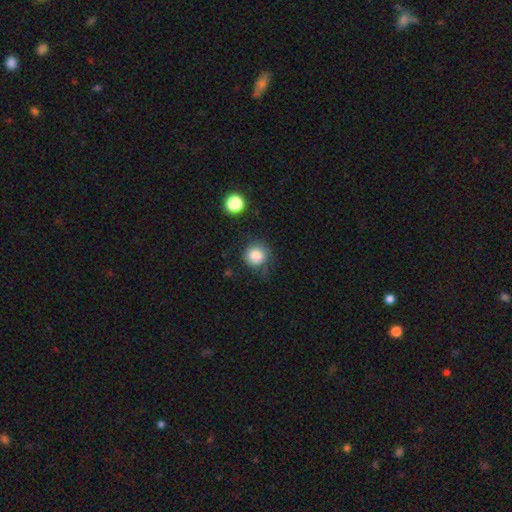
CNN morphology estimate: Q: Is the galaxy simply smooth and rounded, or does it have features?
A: smooth — 83%.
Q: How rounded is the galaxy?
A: round — 92%.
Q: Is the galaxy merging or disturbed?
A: none — 74%.